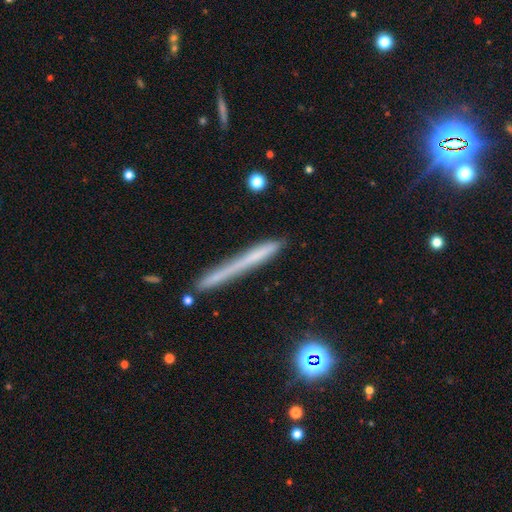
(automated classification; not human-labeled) Smooth or featured? smooth (58%)
How rounded? cigar-shaped (95%)
Merging? none (68%)